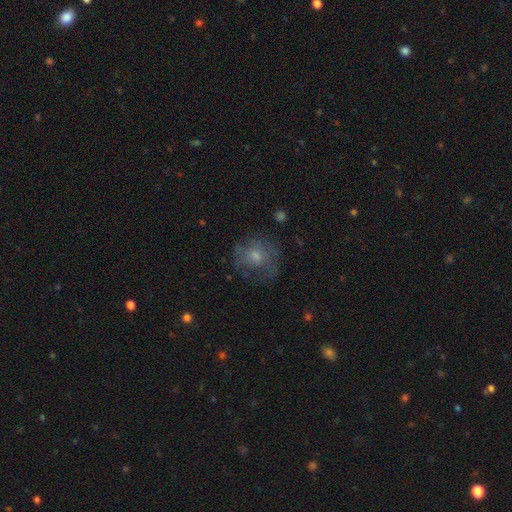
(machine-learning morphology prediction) Smooth or featured? smooth (47%)
Merging? none (55%)